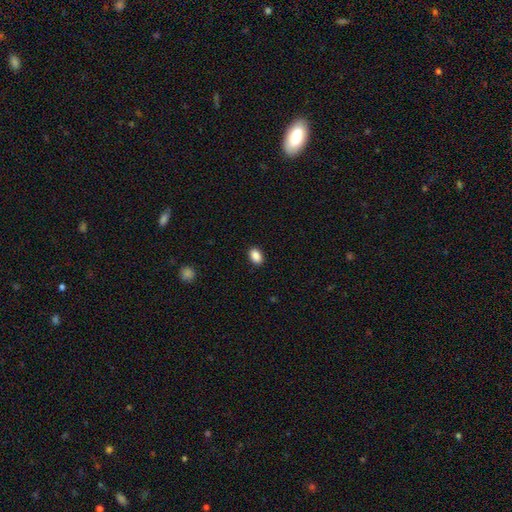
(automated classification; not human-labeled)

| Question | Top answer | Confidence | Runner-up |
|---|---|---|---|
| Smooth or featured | smooth | 89% | star or artifact (8%) |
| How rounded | in between | 86% | round (13%) |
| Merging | none | 90% | minor disturbance (7%) |